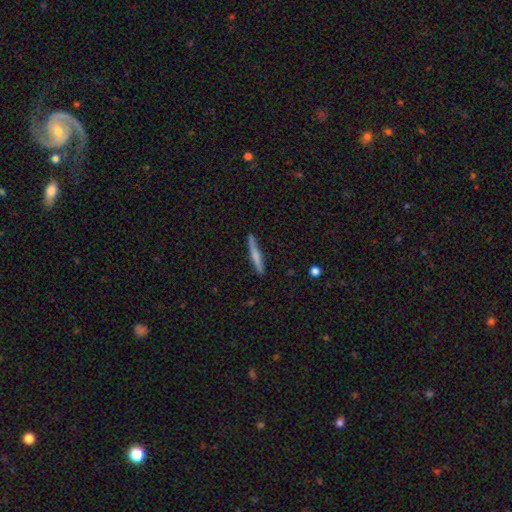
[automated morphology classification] Smooth or featured? smooth (60%)
How rounded? cigar-shaped (95%)
Merging? none (86%)